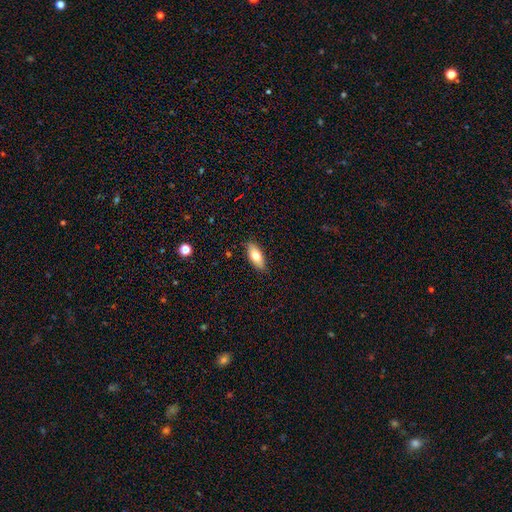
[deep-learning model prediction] This appears to be a smooth galaxy with no disk features (75%) that is in between round and cigar-shaped (81%). Merging: none (88%).